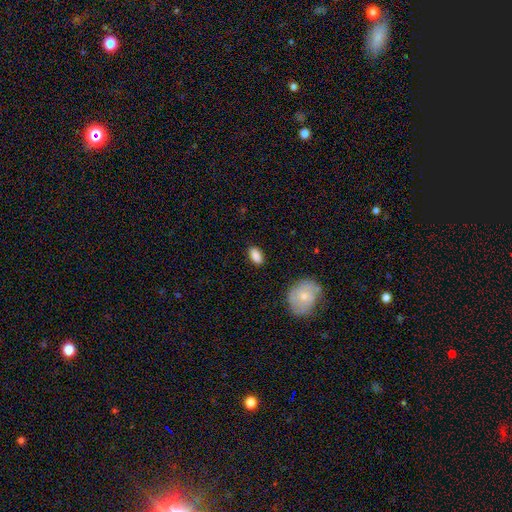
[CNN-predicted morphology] Smooth or featured? Predicted: smooth (p=0.87). How rounded? Predicted: in between (p=0.91). Merging? Predicted: none (p=0.84).